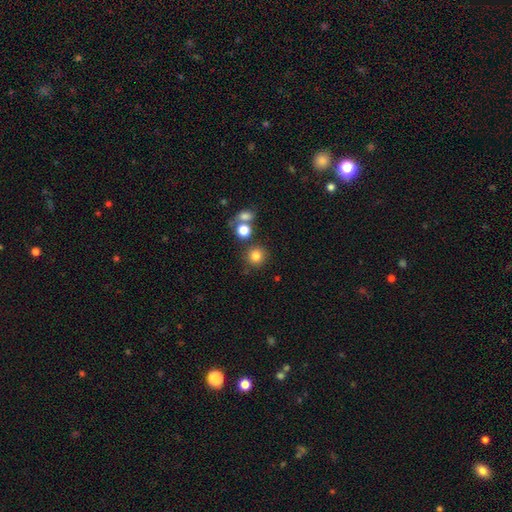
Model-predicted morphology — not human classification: This is clearly a smooth galaxy (80%). How rounded: clearly round (91%). Merging: likely none (76%).